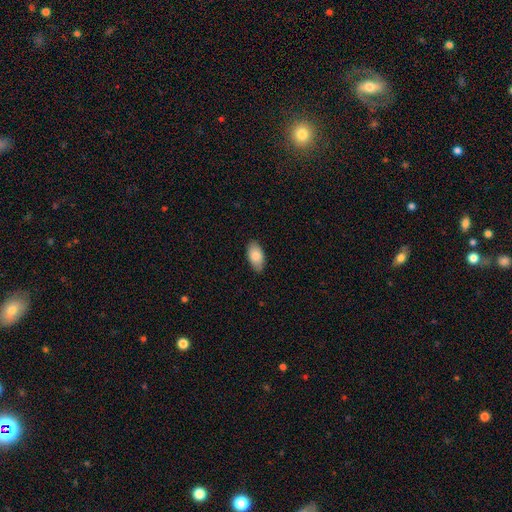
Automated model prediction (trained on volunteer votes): Smooth or featured? Predicted: smooth (p=0.86). How rounded? Predicted: in between (p=0.95). Merging? Predicted: none (p=0.86).